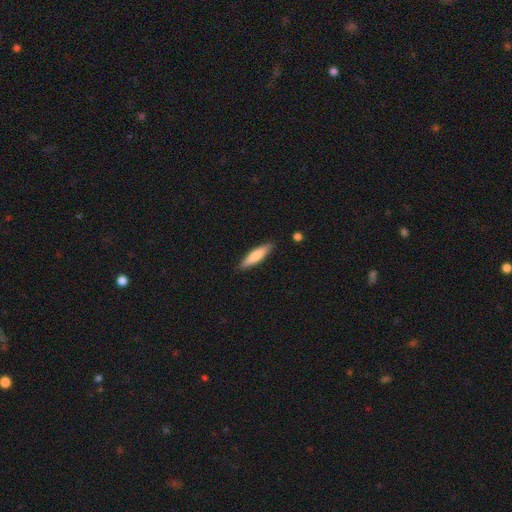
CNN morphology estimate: smooth 73%, featured or disk 22%, star or artifact 5%. Down the decision tree: how rounded — cigar-shaped (77%); merging — none (89%).